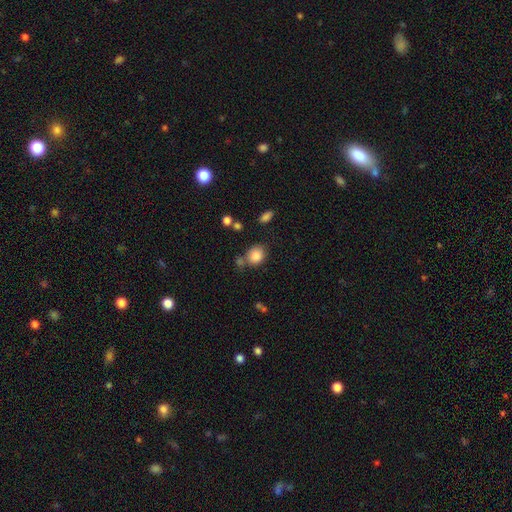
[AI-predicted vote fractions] smooth-or-featured: smooth: 85% | star or artifact: 10% | featured or disk: 6%
  how-rounded: round: 65% | in between: 34% | cigar-shaped: 1%
  merging: none: 63% | minor disturbance: 17% | merger: 15% | major disturbance: 6%